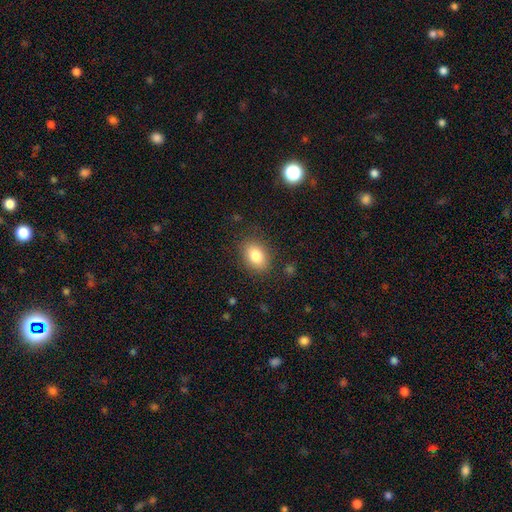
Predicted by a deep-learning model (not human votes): smooth 82%, featured or disk 9%, star or artifact 9%. Down the decision tree: how rounded — in between (79%); merging — none (83%).